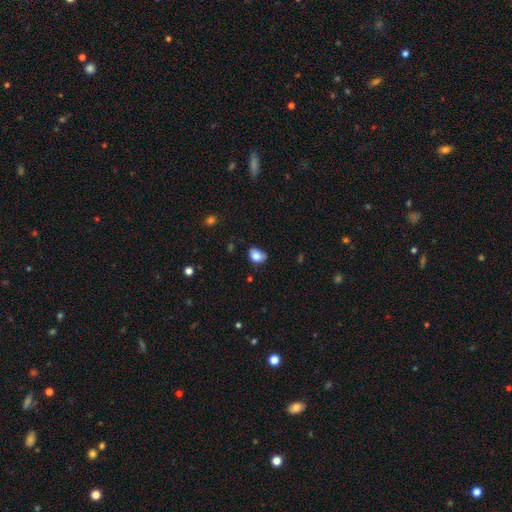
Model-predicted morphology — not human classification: This appears to be a smooth galaxy with no disk features (82%) that is in between round and cigar-shaped (72%). Merging: none (61%).